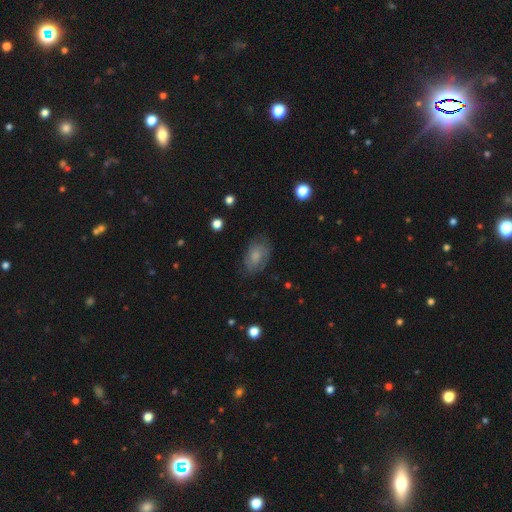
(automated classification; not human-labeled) A smooth galaxy with no disk features (64%) that is in between round and cigar-shaped (87%).

Vote fractions:
- Smooth or featured? smooth: 64% / featured or disk: 27% / star or artifact: 9%
- How rounded? in between: 87% / round: 11% / cigar-shaped: 2%
- Merging? none: 68% / minor disturbance: 22% / major disturbance: 9% / merger: 1%